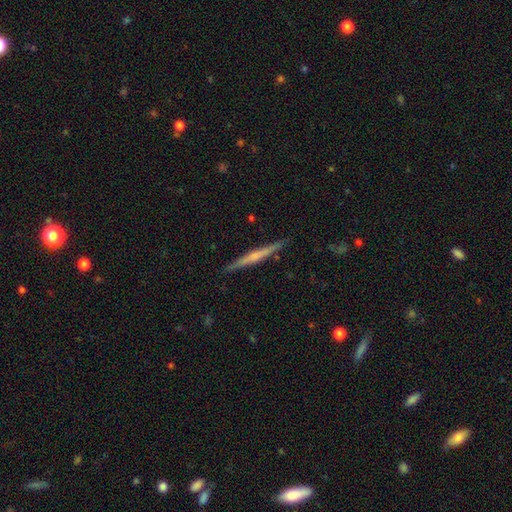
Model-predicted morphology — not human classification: smooth_or_featured: featured or disk (p=0.58) [alt: smooth p=0.37]
disk_edge_on: yes (p=0.98) [alt: no p=0.02]
edge_on_bulge: none (p=0.54) [alt: rounded p=0.35]
merging: none (p=0.90) [alt: minor disturbance p=0.07]